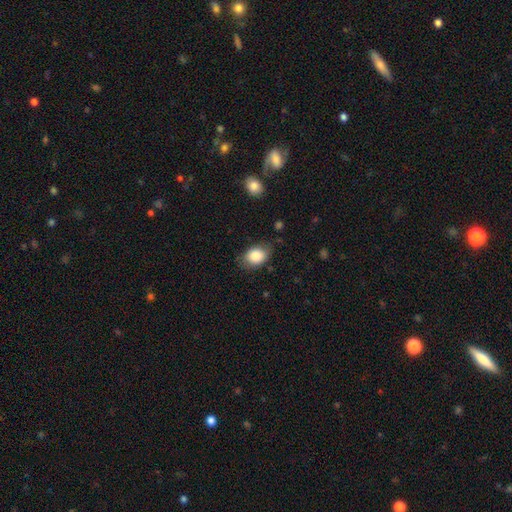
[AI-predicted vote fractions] Smooth or featured? smooth (85%)
How rounded? in between (72%)
Merging? none (74%)